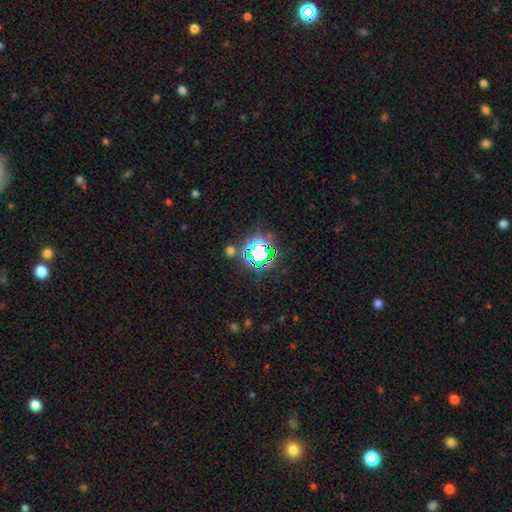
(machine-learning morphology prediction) A star or artifact, not a galaxy (67%).

Vote fractions:
- Smooth or featured? star or artifact: 67% / smooth: 23% / featured or disk: 10%